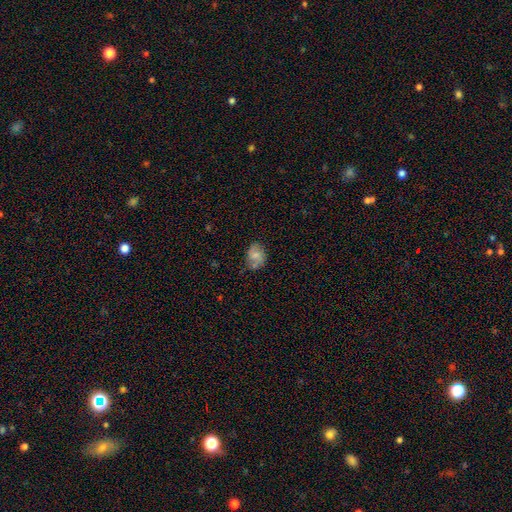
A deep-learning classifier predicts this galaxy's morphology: This is possibly a smooth galaxy (59%). How rounded: likely in between (69%). Merging: likely none (64%).